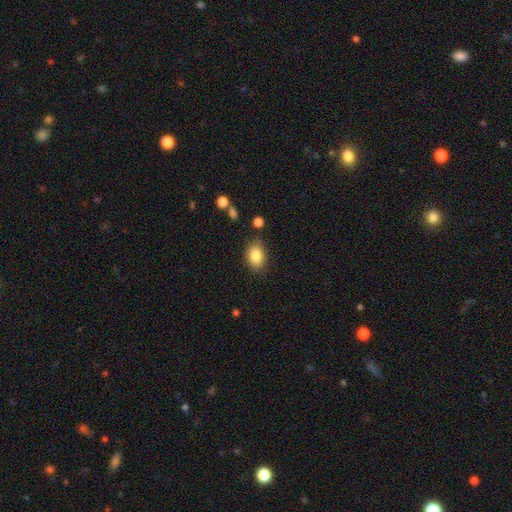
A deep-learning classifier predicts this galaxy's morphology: Q: Smooth or featured?
A: smooth (85%); runner-up: star or artifact (8%)
Q: How rounded?
A: in between (78%); runner-up: round (20%)
Q: Merging?
A: none (79%); runner-up: minor disturbance (15%)